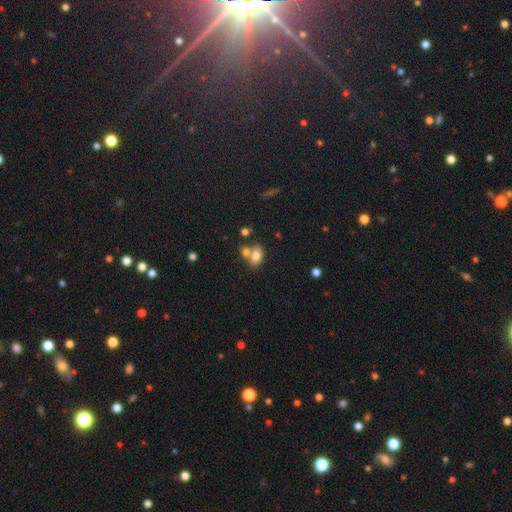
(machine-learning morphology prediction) The model was most divided on "merging": none: 46%, merger: 37%, minor disturbance: 12%, major disturbance: 4%. More confident: how rounded — in between (83%); smooth or featured — smooth (77%).